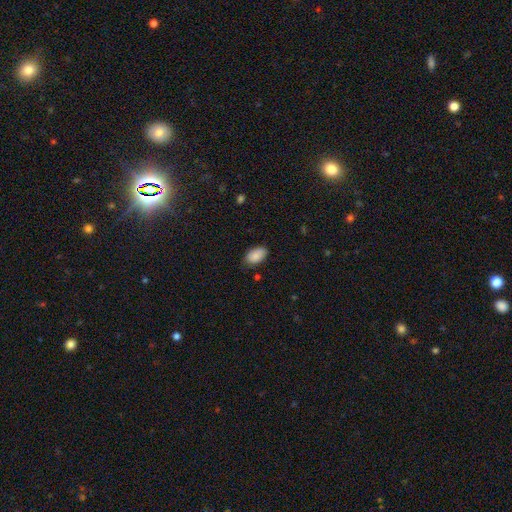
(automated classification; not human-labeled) The model was most divided on "merging": none: 78%, minor disturbance: 18%, major disturbance: 3%, merger: 1%. More confident: how rounded — in between (93%); smooth or featured — smooth (87%).